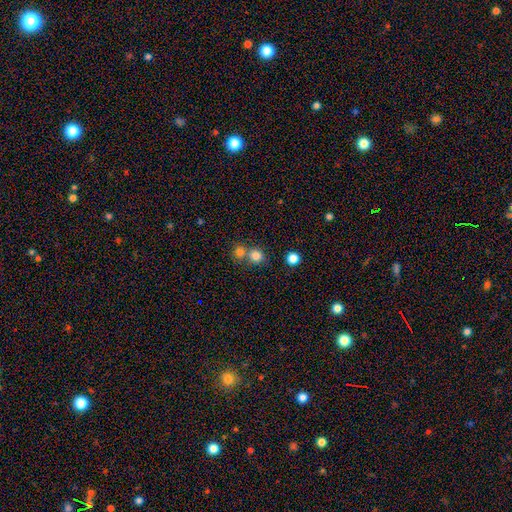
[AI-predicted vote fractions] Q: Smooth or featured?
A: smooth (80%); runner-up: star or artifact (13%)
Q: How rounded?
A: round (87%); runner-up: in between (12%)
Q: Merging?
A: none (58%); runner-up: merger (33%)